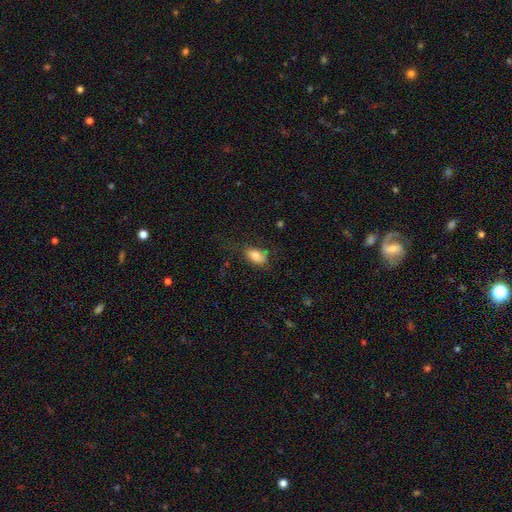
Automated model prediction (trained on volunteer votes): smooth 81%, featured or disk 11%, star or artifact 8%. Down the decision tree: how rounded — in between (90%); merging — none (64%).